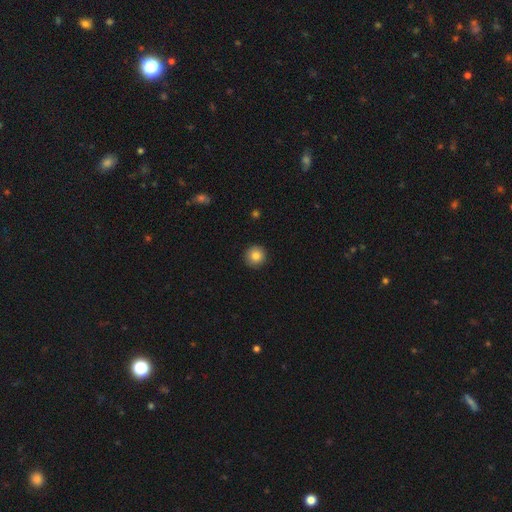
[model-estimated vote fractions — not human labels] Smooth or featured? smooth (84%)
How rounded? round (95%)
Merging? none (92%)